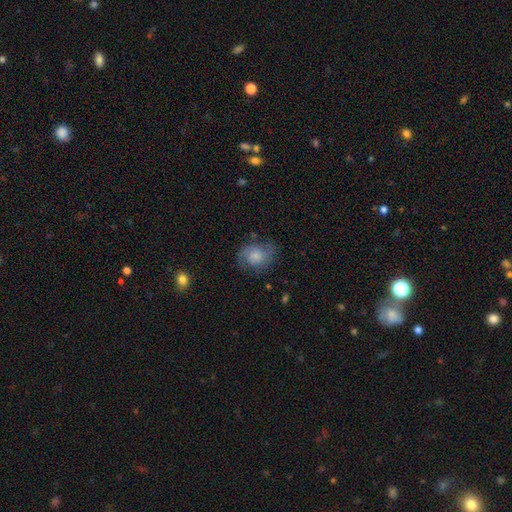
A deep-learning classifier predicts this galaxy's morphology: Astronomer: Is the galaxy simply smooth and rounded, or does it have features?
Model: smooth — 58% (runner-up: featured or disk, 33%).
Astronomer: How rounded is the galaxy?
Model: round — 54% (runner-up: in between, 45%).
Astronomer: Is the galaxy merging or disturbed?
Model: none — 61%.